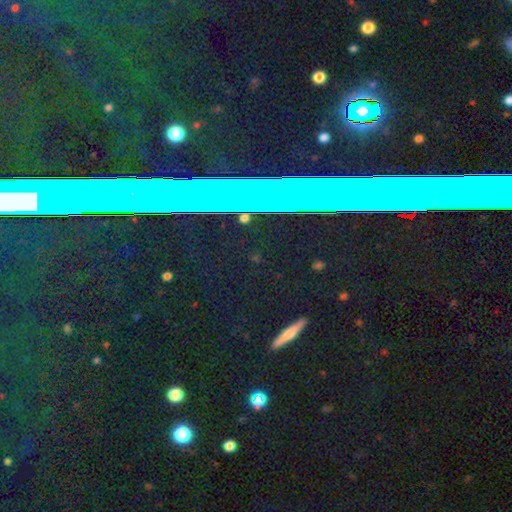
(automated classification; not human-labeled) Smooth or featured? Predicted: star or artifact (p=0.74).